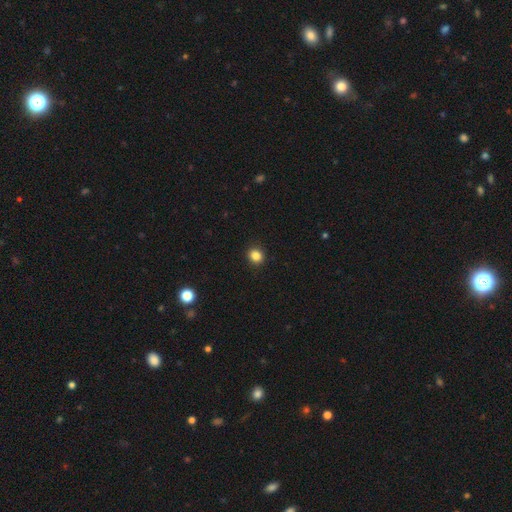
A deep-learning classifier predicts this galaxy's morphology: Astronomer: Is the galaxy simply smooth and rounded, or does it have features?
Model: smooth — 85%.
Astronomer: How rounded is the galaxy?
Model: round — 80%.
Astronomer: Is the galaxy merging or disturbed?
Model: none — 92%.